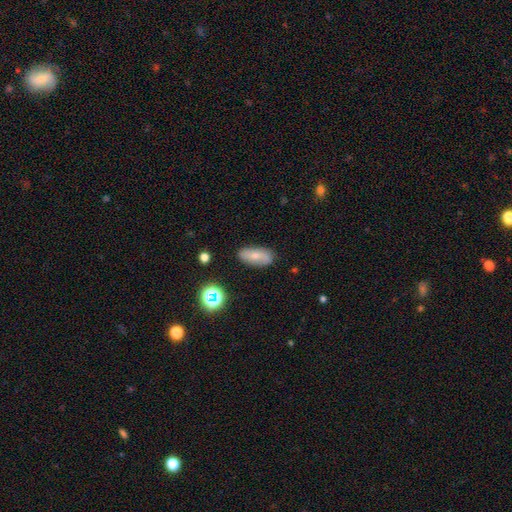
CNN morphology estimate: Q: Smooth or featured?
A: smooth (58%); runner-up: featured or disk (33%)
Q: How rounded?
A: in between (79%); runner-up: cigar-shaped (17%)
Q: Merging?
A: none (81%); runner-up: minor disturbance (14%)